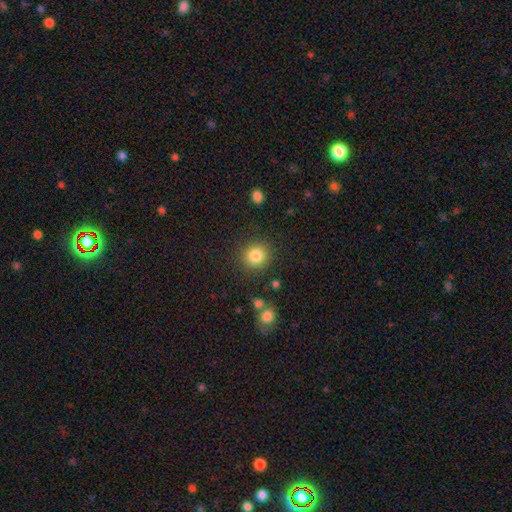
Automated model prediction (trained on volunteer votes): Q: Smooth or featured?
A: smooth (84%); runner-up: star or artifact (10%)
Q: How rounded?
A: round (89%); runner-up: in between (10%)
Q: Merging?
A: none (88%); runner-up: minor disturbance (7%)